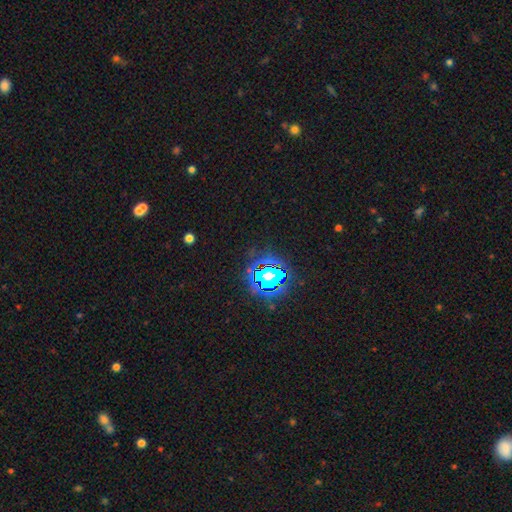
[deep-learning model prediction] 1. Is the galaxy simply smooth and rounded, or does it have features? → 84% star or artifact, 10% smooth, 7% featured or disk.